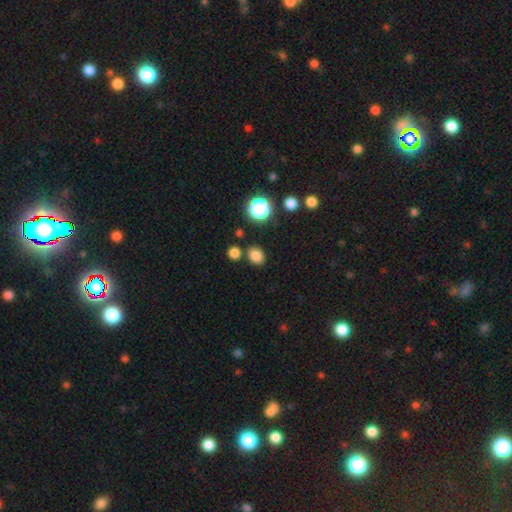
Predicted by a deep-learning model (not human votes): This is clearly a smooth galaxy (81%). How rounded: possibly round (51%). Merging: likely none (80%).